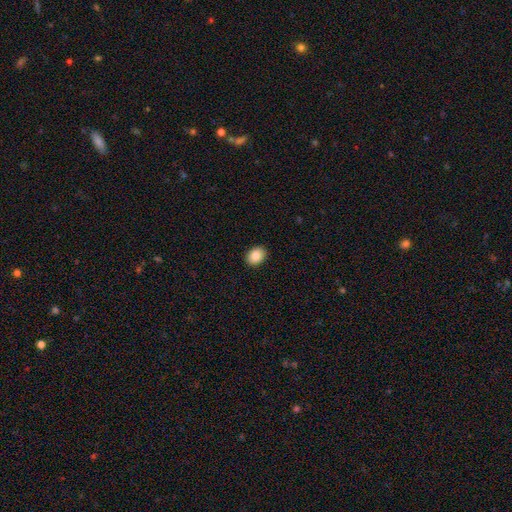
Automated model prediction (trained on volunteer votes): The model was most divided on "how rounded": in between: 63%, round: 36%, cigar-shaped: 1%. More confident: merging — none (91%); smooth or featured — smooth (84%).